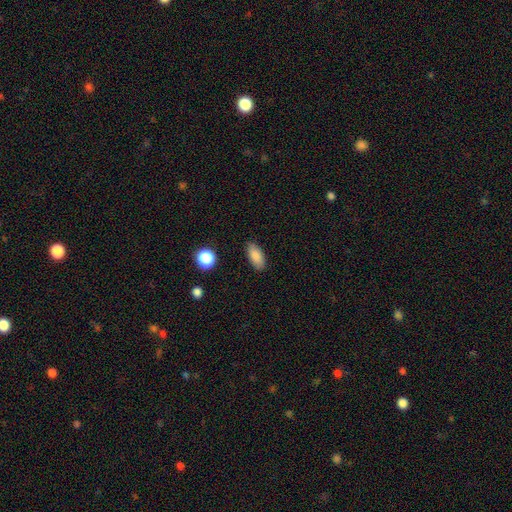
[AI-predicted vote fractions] Morphology: type=smooth (86%); roundness=in between (89%); merging=none (87%).